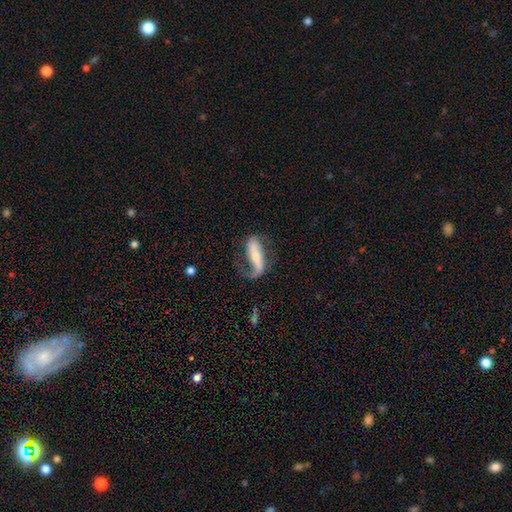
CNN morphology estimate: type=featured or disk (71%); edge-on=no (84%); bar=strong (56%); spiral arms=yes (87%); winding=loose (66%); arm count=2 (59%); bulge=small (50%); merging=none (46%).